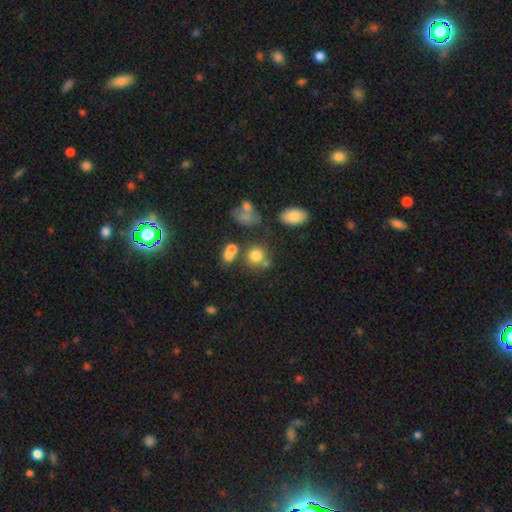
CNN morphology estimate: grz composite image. It shows a smooth galaxy with no disk features (76%) that is round (80%). Merging: none (57%).